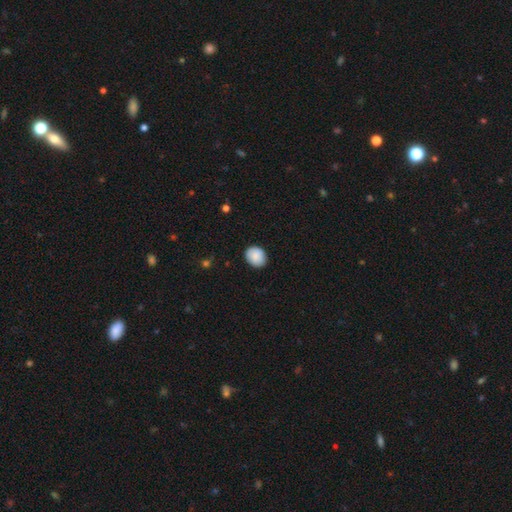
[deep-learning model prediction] Smooth or featured? smooth (88%)
How rounded? round (57%)
Merging? none (87%)